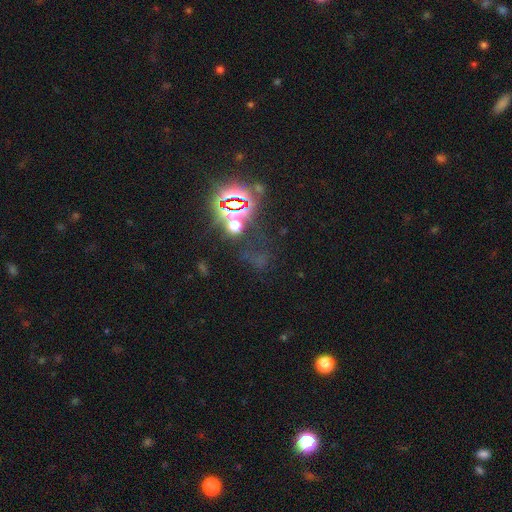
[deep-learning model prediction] Smooth or featured: star or artifact — 71% (smooth — 17%)